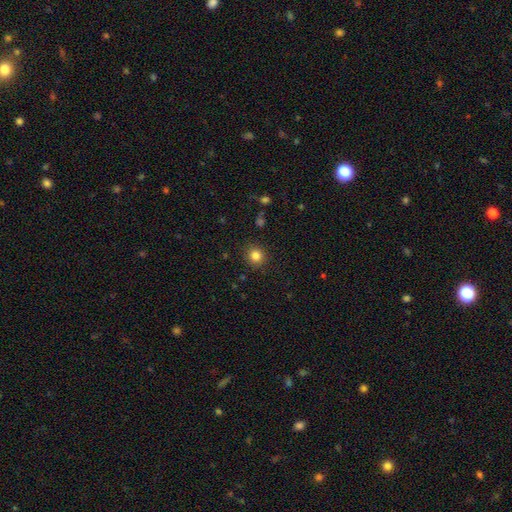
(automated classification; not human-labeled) A smooth galaxy with no disk features (83%) that is round (90%). Merging: none (89%).